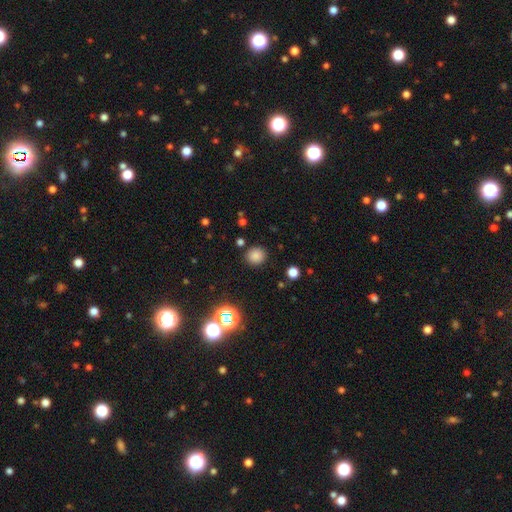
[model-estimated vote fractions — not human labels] Smooth or featured? smooth (80%)
How rounded? round (84%)
Merging? none (87%)